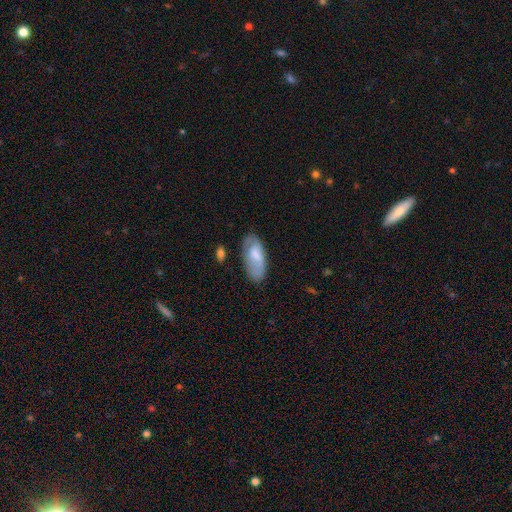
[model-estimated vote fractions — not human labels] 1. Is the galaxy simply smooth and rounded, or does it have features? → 67% smooth, 26% featured or disk, 6% star or artifact.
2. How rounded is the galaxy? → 89% in between, 9% cigar-shaped, 2% round.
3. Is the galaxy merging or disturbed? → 61% none, 26% minor disturbance, 10% major disturbance, 3% merger.